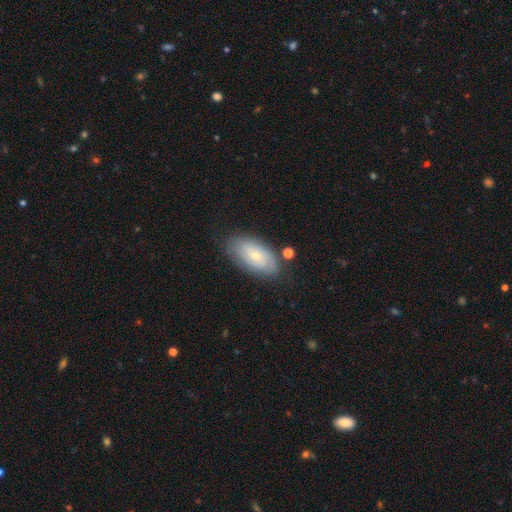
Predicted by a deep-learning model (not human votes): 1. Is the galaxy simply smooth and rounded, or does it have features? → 51% featured or disk, 42% smooth, 7% star or artifact.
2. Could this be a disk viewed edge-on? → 91% no, 9% yes.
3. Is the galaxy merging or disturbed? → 75% none, 18% minor disturbance, 4% major disturbance, 3% merger.